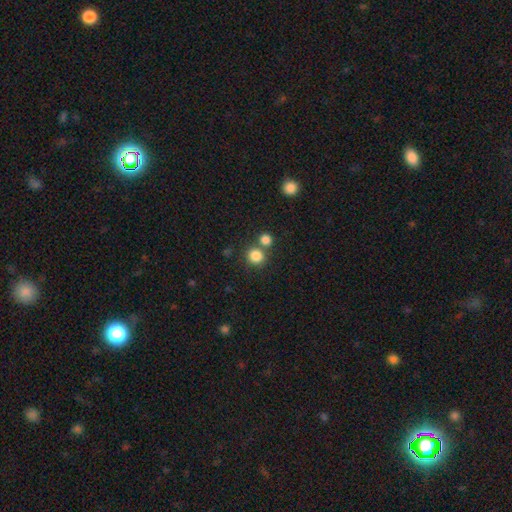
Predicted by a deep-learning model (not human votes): A smooth galaxy with no disk features (83%) that is round (88%). Merging: none (66%).